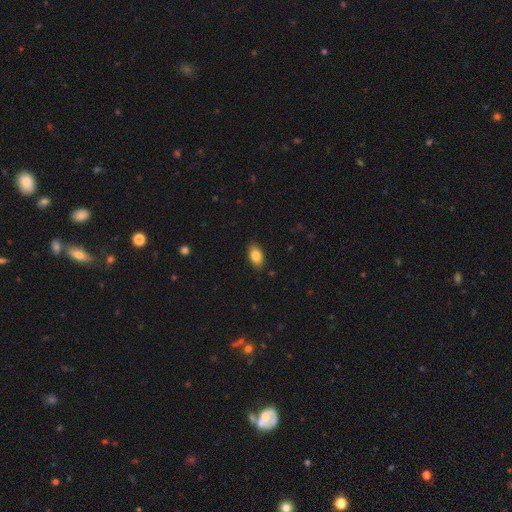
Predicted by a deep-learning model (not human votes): This appears to be a smooth galaxy with no disk features (84%) that is in between round and cigar-shaped (92%). Merging: none (87%).